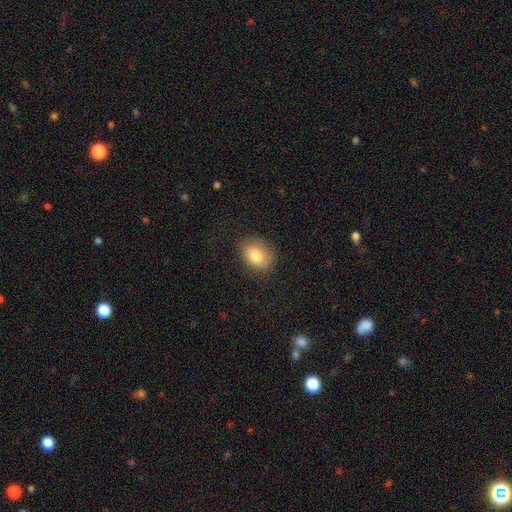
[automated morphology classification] A smooth galaxy with no disk features (82%) that is in between round and cigar-shaped (65%).

Vote fractions:
- Smooth or featured? smooth: 82% / featured or disk: 9% / star or artifact: 9%
- How rounded? in between: 65% / round: 34% / cigar-shaped: 1%
- Merging? none: 82% / minor disturbance: 14% / major disturbance: 4% / merger: 1%